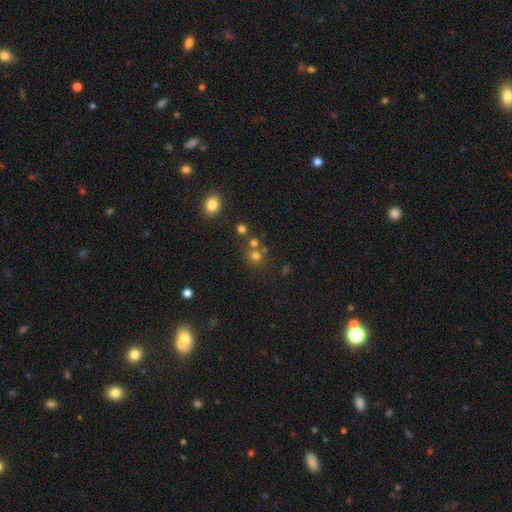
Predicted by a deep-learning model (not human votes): Smooth or featured: smooth — 68% (star or artifact — 22%)
How rounded: round — 86% (in between — 13%)
Merging: none — 59% (merger — 29%)